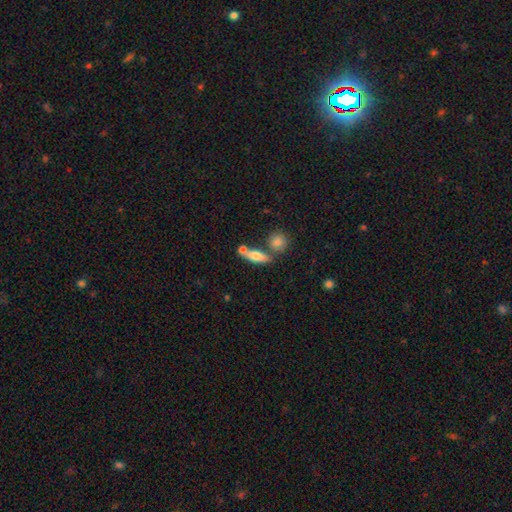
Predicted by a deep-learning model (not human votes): Smooth or featured: smooth — 68% (featured or disk — 25%)
How rounded: in between — 54% (cigar-shaped — 41%)
Merging: none — 57% (merger — 26%)